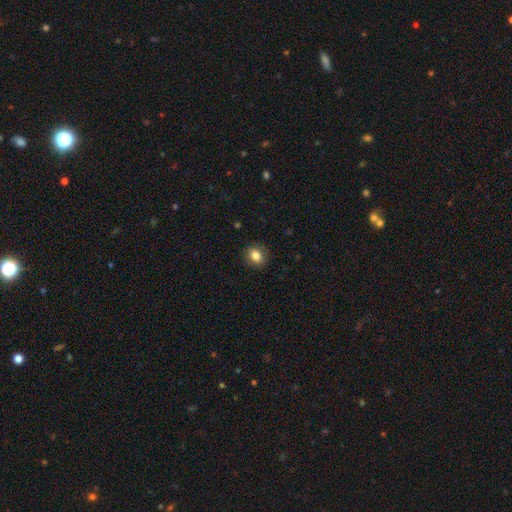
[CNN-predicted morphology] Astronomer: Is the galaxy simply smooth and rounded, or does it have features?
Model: smooth — 82%.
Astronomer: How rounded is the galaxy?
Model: round — 57% (runner-up: in between, 42%).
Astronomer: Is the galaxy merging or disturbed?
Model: none — 88%.